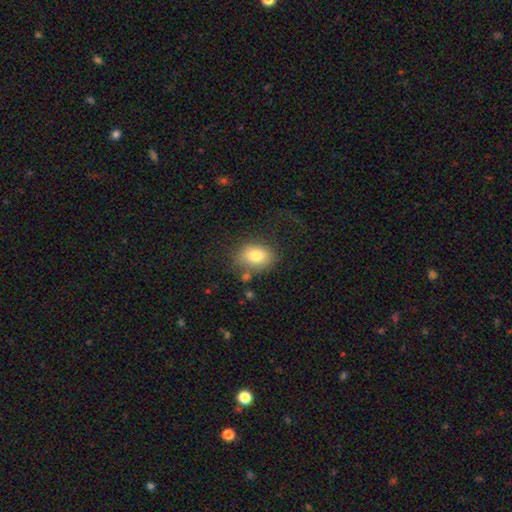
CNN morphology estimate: smooth-or-featured: smooth: 80% | featured or disk: 11% | star or artifact: 9%
  how-rounded: in between: 69% | round: 29% | cigar-shaped: 1%
  merging: none: 66% | minor disturbance: 19% | major disturbance: 10% | merger: 6%